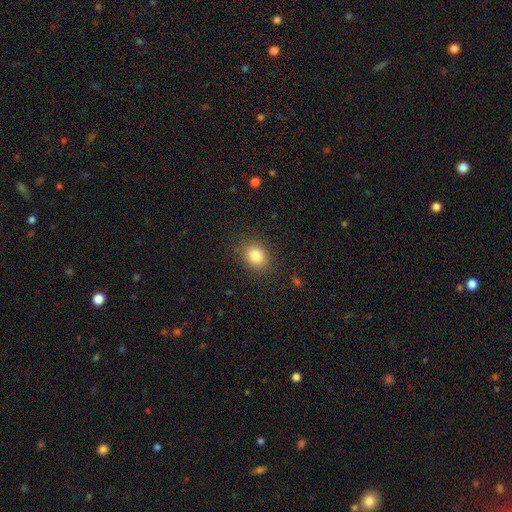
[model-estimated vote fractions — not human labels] smooth_or_featured: smooth (p=0.82) [alt: star or artifact p=0.11]
how_rounded: round (p=0.58) [alt: in between p=0.41]
merging: none (p=0.86) [alt: minor disturbance p=0.10]